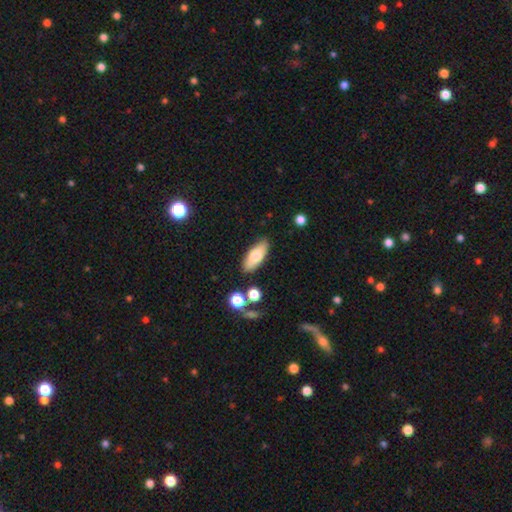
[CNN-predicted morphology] Overall: smooth (72%). How rounded: in between (77%). Merging: none (83%).